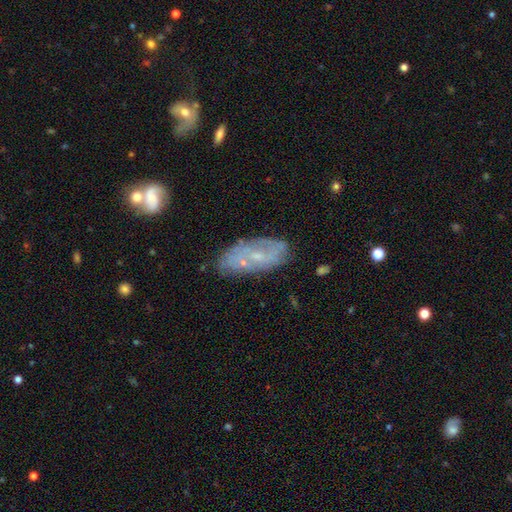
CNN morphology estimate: A featured or disk galaxy (62%) with no bar (62%), spiral arms (61%) and a small central bulge (74%). Merging: none (69%).